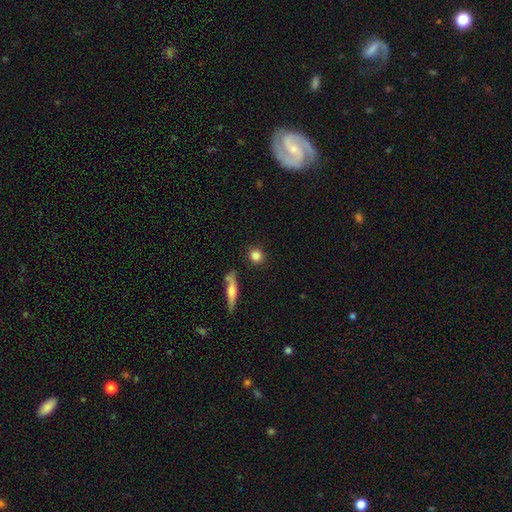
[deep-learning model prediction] smooth-or-featured: smooth: 83% | star or artifact: 9% | featured or disk: 8%
  how-rounded: round: 83% | in between: 14% | cigar-shaped: 4%
  merging: none: 86% | minor disturbance: 8% | merger: 4% | major disturbance: 2%